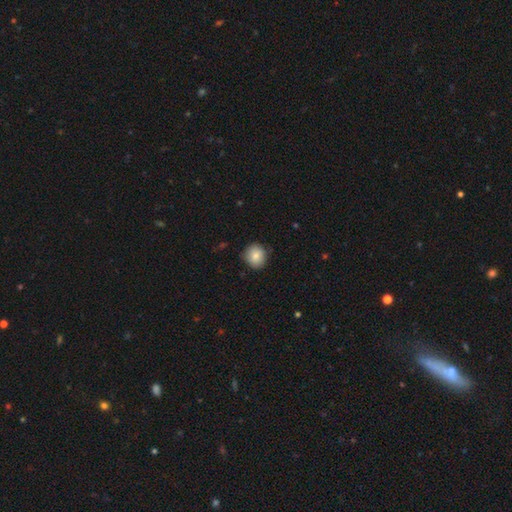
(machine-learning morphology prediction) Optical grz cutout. It shows a smooth galaxy with no disk features (83%) that is round (86%). Merging: none (86%).